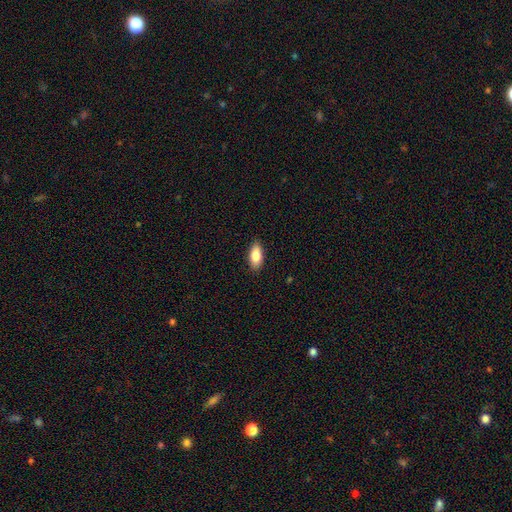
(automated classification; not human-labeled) Smooth or featured? Predicted: smooth (p=0.85). How rounded? Predicted: in between (p=0.87). Merging? Predicted: none (p=0.88).